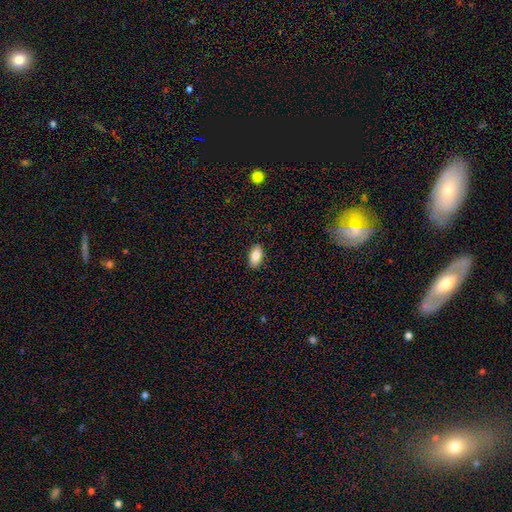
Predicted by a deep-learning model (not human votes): Smooth or featured: smooth — 85% (featured or disk — 8%)
How rounded: in between — 92% (cigar-shaped — 4%)
Merging: none — 89% (minor disturbance — 8%)